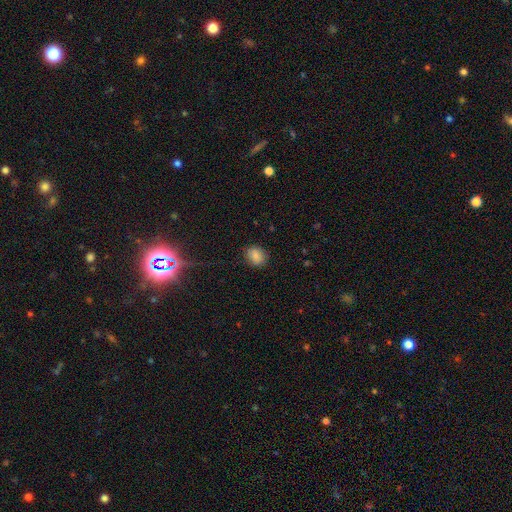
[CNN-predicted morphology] The model was most divided on "how rounded": round: 55%, in between: 44%, cigar-shaped: 1%. More confident: merging — none (85%); smooth or featured — smooth (84%).